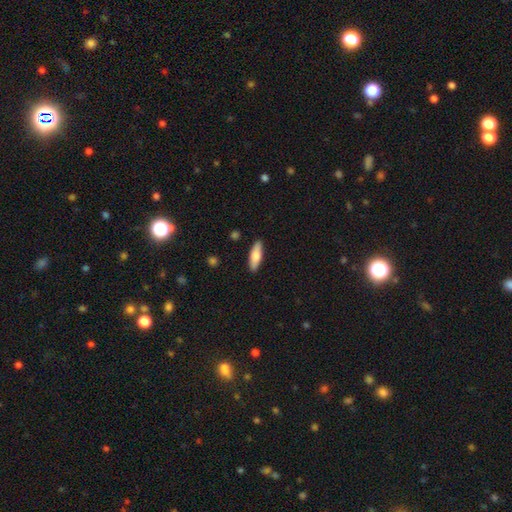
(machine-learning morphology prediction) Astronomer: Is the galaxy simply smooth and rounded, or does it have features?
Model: smooth — 74%.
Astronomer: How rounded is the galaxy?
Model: in between — 50% (runner-up: cigar-shaped, 48%).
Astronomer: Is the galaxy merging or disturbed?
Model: none — 89%.